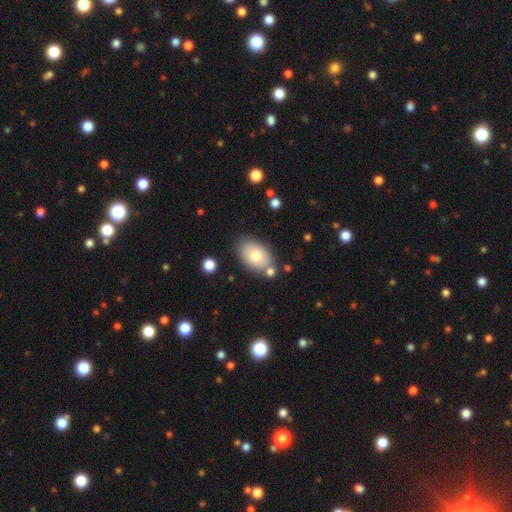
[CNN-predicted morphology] Overall: smooth (74%). How rounded: in between (88%). Merging: none (72%).